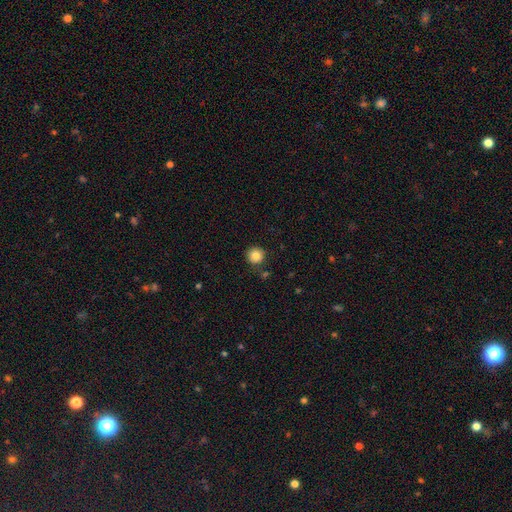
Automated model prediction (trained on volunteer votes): A smooth galaxy with no disk features (85%) that is round (95%). Merging: none (87%).